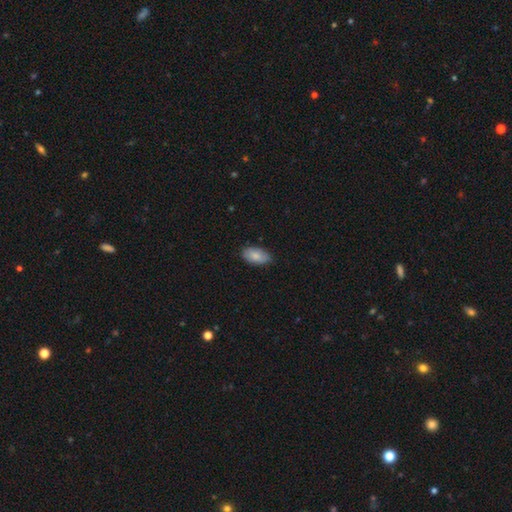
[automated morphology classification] smooth-or-featured: smooth: 82% | featured or disk: 12% | star or artifact: 6%
  how-rounded: in between: 94% | round: 3% | cigar-shaped: 2%
  merging: none: 83% | minor disturbance: 14% | major disturbance: 2% | merger: 1%